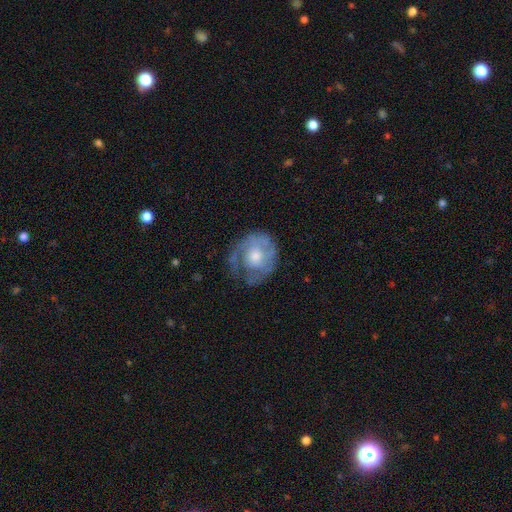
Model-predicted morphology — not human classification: Smooth or featured? featured or disk (65%)
Edge-on disk? no (97%)
Bar? no (81%)
Spiral arms? yes (66%)
Bulge size? moderate (59%)
Merging? none (56%)